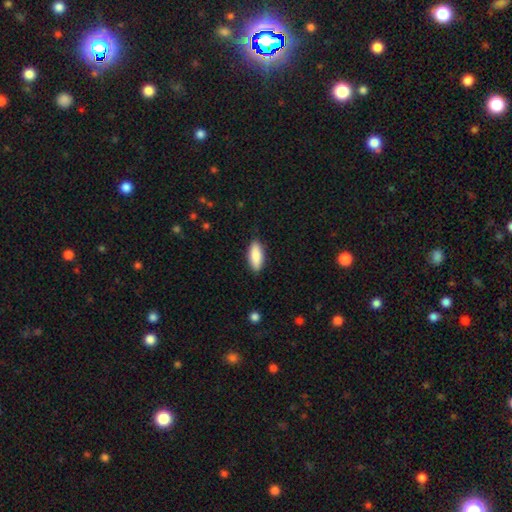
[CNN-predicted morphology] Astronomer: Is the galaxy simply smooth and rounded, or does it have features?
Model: smooth — 87%.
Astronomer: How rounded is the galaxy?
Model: in between — 76%.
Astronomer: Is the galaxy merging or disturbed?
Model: none — 87%.